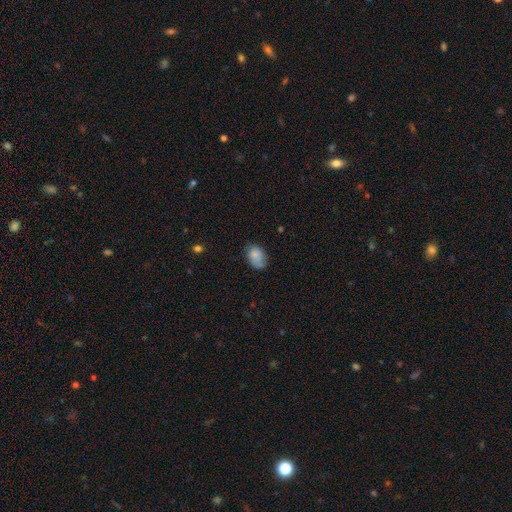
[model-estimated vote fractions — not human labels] smooth_or_featured: smooth (p=0.79) [alt: featured or disk p=0.13]
how_rounded: in between (p=0.83) [alt: round p=0.16]
merging: none (p=0.60) [alt: minor disturbance p=0.29]